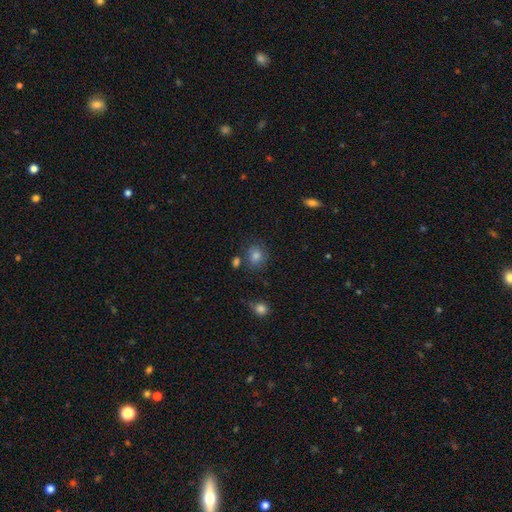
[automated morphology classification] Smooth or featured? Predicted: smooth (p=0.77). How rounded? Predicted: round (p=0.70). Merging? Predicted: none (p=0.76).